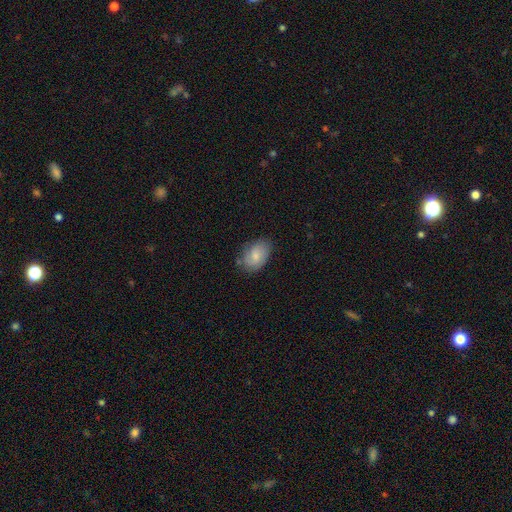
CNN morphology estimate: Smooth or featured: smooth — 67% (featured or disk — 26%)
How rounded: in between — 86% (round — 13%)
Merging: none — 69% (minor disturbance — 23%)